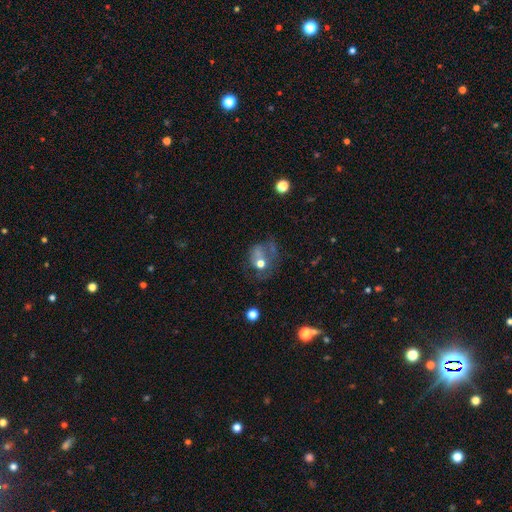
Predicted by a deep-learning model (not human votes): Smooth or featured? featured or disk (44%)
Merging? major disturbance (34%)